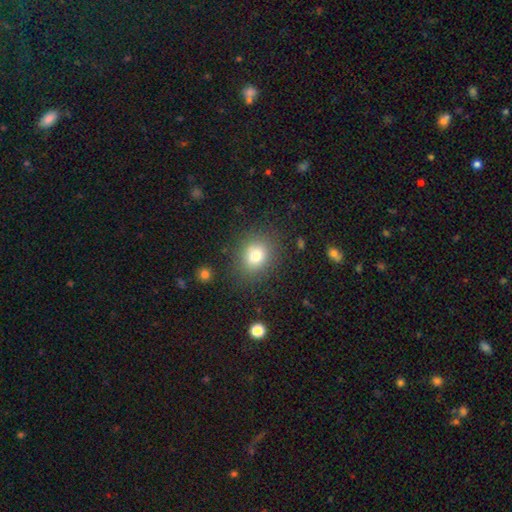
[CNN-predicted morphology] Q: Smooth or featured?
A: smooth (77%); runner-up: star or artifact (13%)
Q: How rounded?
A: round (65%); runner-up: in between (34%)
Q: Merging?
A: none (84%); runner-up: minor disturbance (10%)